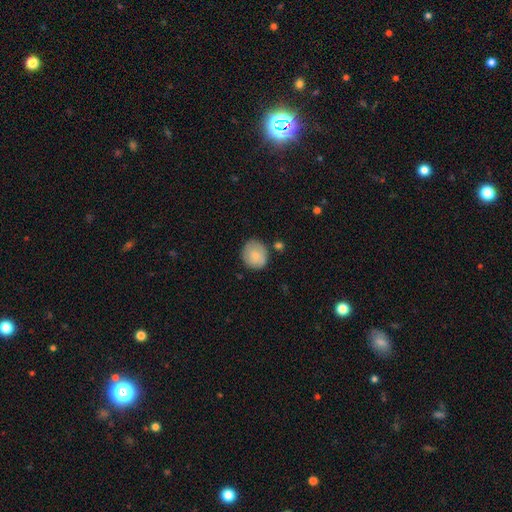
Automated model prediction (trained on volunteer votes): This is clearly a smooth galaxy (80%). How rounded: clearly round (81%). Merging: likely none (77%).